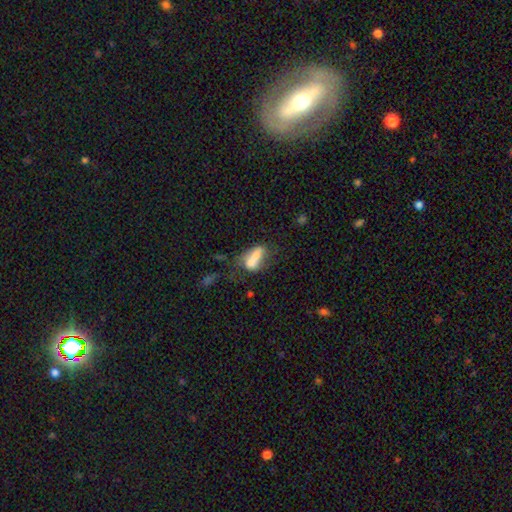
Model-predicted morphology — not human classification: Smooth or featured? smooth (60%)
How rounded? in between (76%)
Merging? merger (55%)